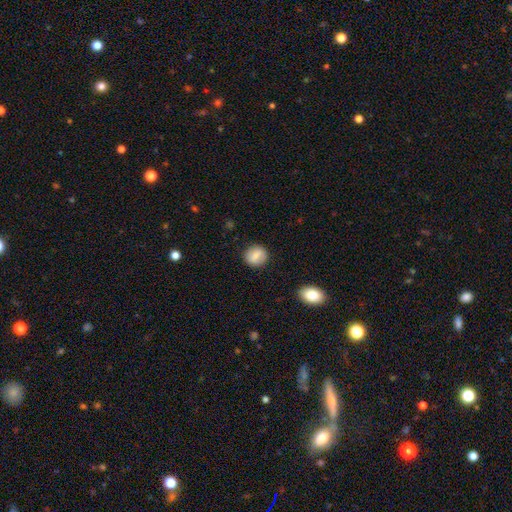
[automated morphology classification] This is likely a smooth galaxy (77%). How rounded: clearly round (83%). Merging: clearly none (88%).